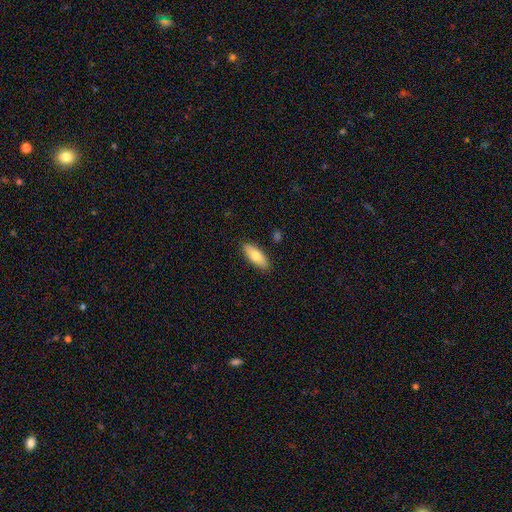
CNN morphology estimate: A smooth galaxy with no disk features (75%) that is in between round and cigar-shaped (72%).

Vote fractions:
- Smooth or featured? smooth: 75% / featured or disk: 19% / star or artifact: 6%
- How rounded? in between: 72% / cigar-shaped: 26% / round: 2%
- Merging? none: 87% / minor disturbance: 9% / major disturbance: 2% / merger: 2%